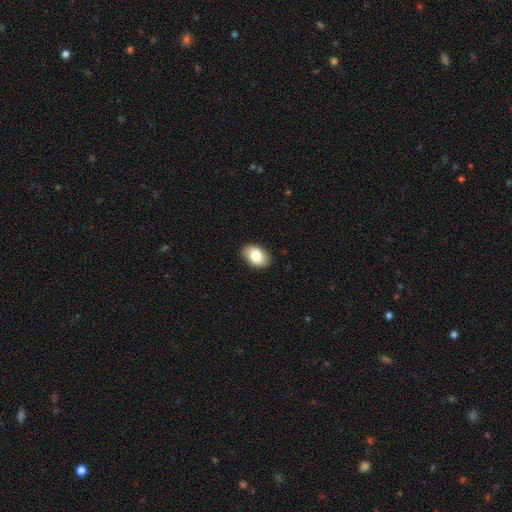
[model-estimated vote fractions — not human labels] A smooth galaxy with no disk features (82%) that is in between round and cigar-shaped (87%).

Vote fractions:
- Smooth or featured? smooth: 82% / featured or disk: 11% / star or artifact: 7%
- How rounded? in between: 87% / round: 12% / cigar-shaped: 1%
- Merging? none: 88% / minor disturbance: 9% / major disturbance: 2% / merger: 1%